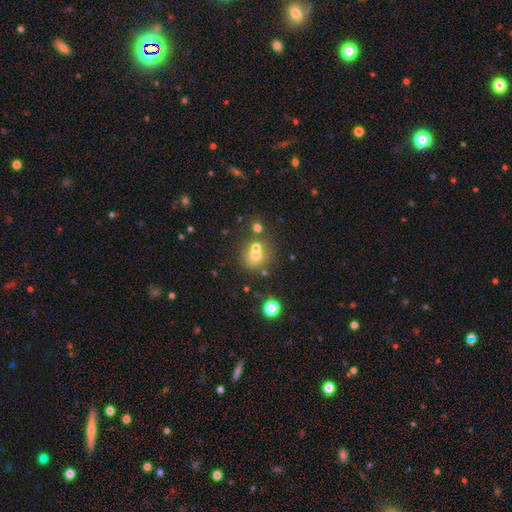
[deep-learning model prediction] This is likely a smooth galaxy (61%). How rounded: clearly round (84%). Merging: possibly none (50%).